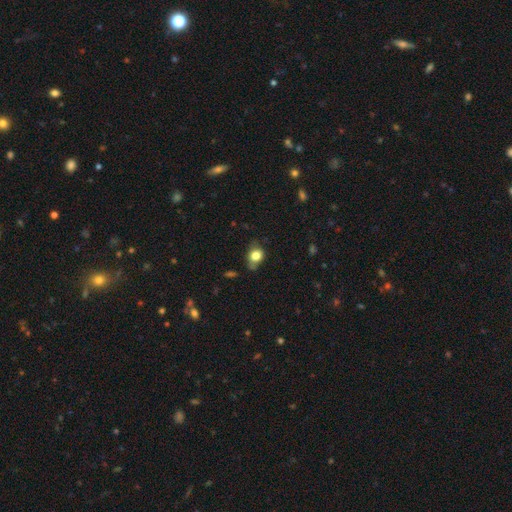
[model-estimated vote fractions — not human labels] smooth-or-featured: smooth: 77% | featured or disk: 14% | star or artifact: 9%
  how-rounded: in between: 51% | round: 47% | cigar-shaped: 1%
  merging: none: 59% | minor disturbance: 30% | major disturbance: 9% | merger: 2%